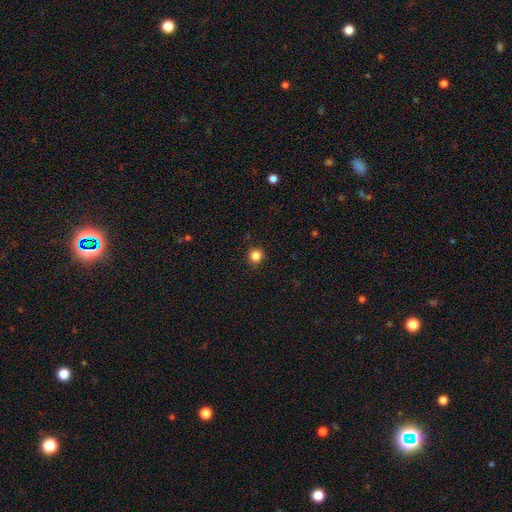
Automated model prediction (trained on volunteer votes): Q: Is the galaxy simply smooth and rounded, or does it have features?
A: smooth — 85%.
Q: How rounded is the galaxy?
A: round — 94%.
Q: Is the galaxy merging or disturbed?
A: none — 91%.